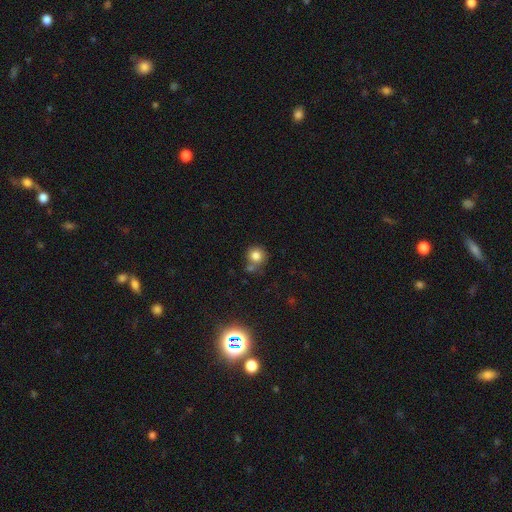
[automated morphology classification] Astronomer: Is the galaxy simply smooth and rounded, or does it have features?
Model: smooth — 81%.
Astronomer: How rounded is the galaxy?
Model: round — 91%.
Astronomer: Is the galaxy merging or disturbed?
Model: none — 63%.